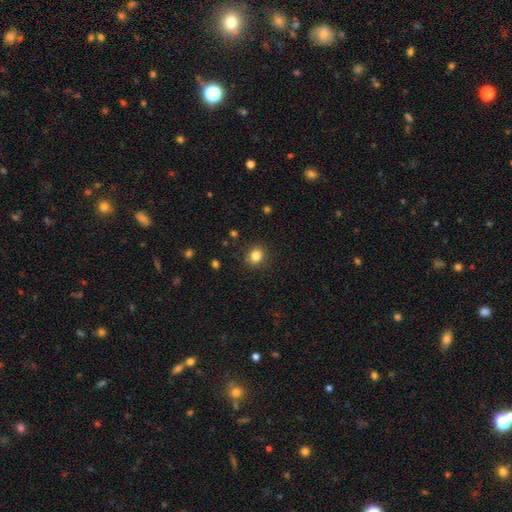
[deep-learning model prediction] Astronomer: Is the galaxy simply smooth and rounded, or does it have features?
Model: smooth — 83%.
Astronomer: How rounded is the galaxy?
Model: round — 74%.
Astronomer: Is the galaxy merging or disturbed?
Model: none — 88%.